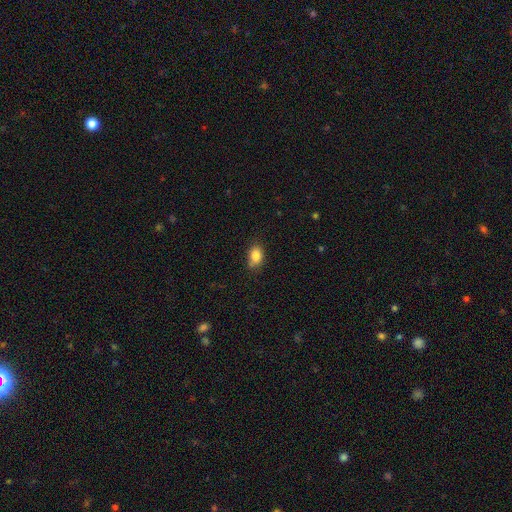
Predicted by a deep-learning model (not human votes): smooth 85%, star or artifact 9%, featured or disk 6%. Down the decision tree: how rounded — in between (79%); merging — none (71%).